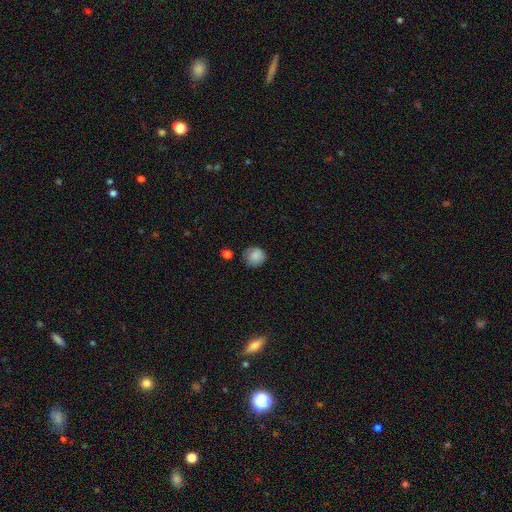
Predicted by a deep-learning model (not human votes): Smooth or featured?
  - smooth: 85% *
  - star or artifact: 8%
  - featured or disk: 6%
How rounded?
  - round: 88% *
  - in between: 11%
  - cigar-shaped: 1%
Merging?
  - none: 76% *
  - minor disturbance: 18%
  - major disturbance: 4%
  - merger: 3%